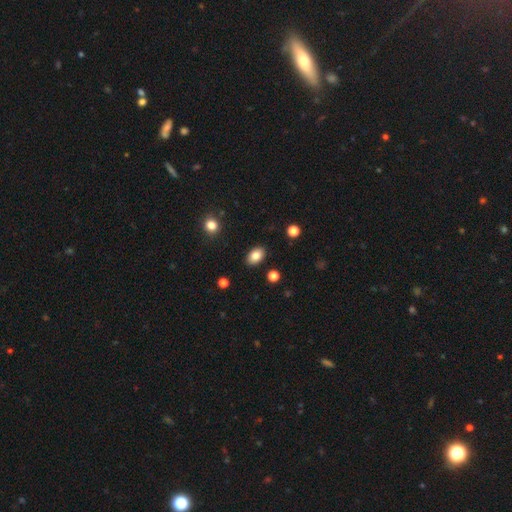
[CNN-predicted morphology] smooth-or-featured: smooth: 83% | star or artifact: 9% | featured or disk: 8%
  how-rounded: in between: 86% | round: 13% | cigar-shaped: 1%
  merging: none: 88% | minor disturbance: 8% | major disturbance: 2% | merger: 2%